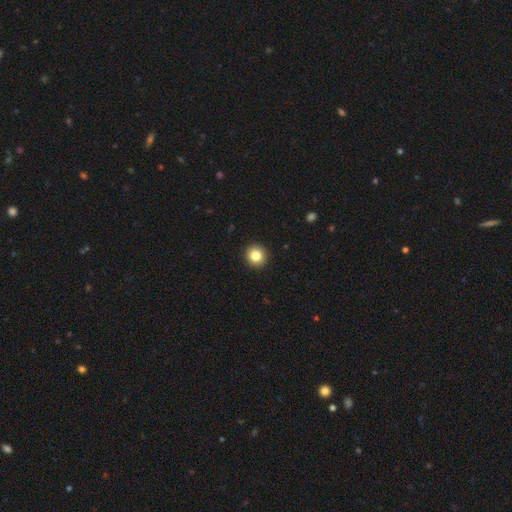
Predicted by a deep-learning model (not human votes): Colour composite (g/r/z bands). It shows a smooth galaxy with no disk features (83%) that is round (93%). Merging: none (93%).